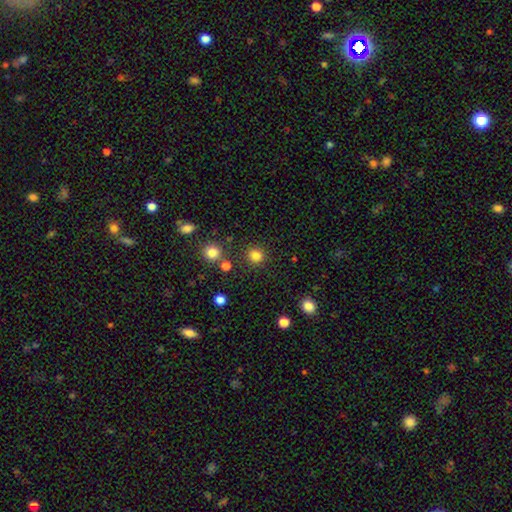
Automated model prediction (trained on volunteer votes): Overall: smooth (83%). How rounded: round (89%). Merging: none (87%).